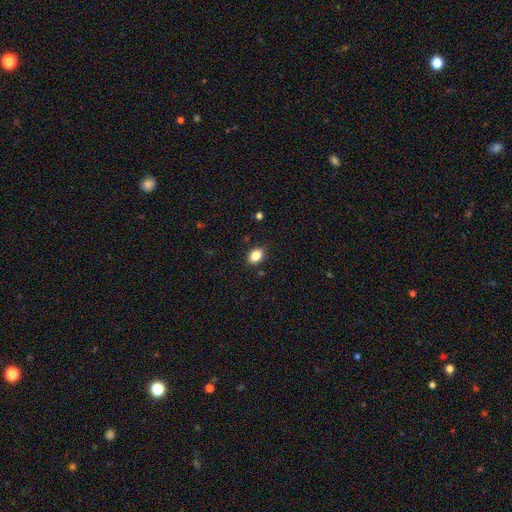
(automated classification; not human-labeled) A smooth galaxy with no disk features (85%) that is in between round and cigar-shaped (80%). Merging: none (87%).